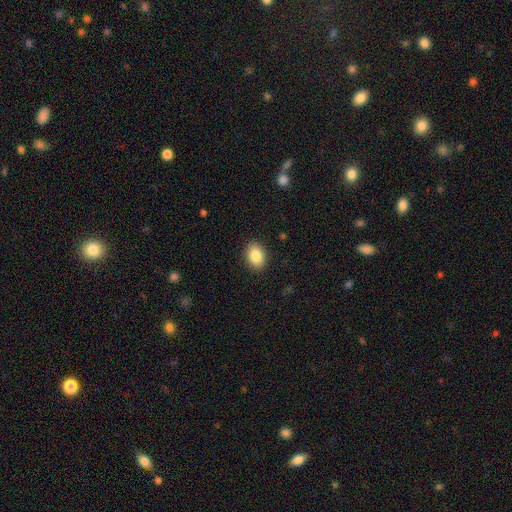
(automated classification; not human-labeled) Smooth or featured?
  - smooth: 85% *
  - star or artifact: 8%
  - featured or disk: 7%
How rounded?
  - in between: 78% *
  - round: 21%
  - cigar-shaped: 1%
Merging?
  - none: 89% *
  - minor disturbance: 8%
  - major disturbance: 2%
  - merger: 1%